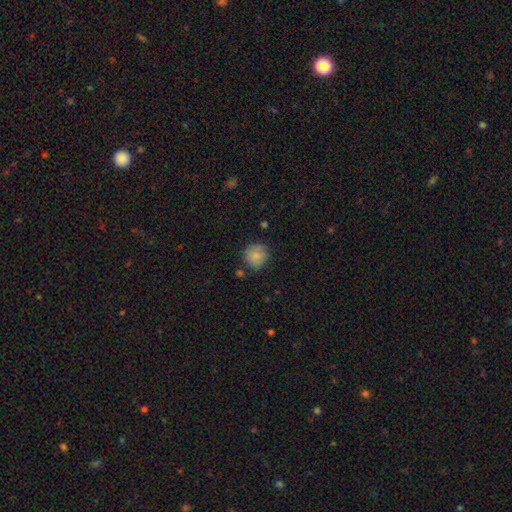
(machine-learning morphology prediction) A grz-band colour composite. It shows a smooth galaxy with no disk features (84%) that is round (91%). Merging: none (79%).